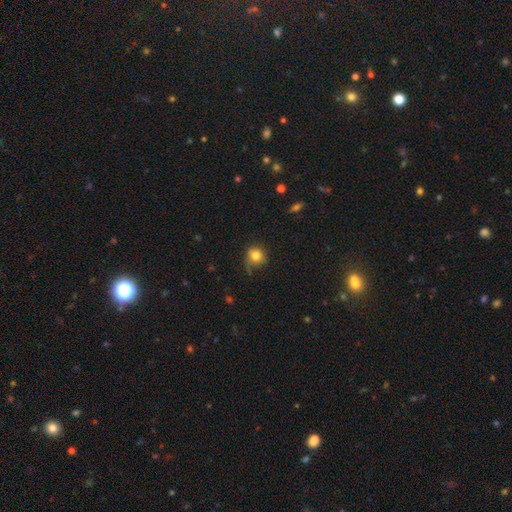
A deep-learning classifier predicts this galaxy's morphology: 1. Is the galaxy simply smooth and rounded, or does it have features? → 82% smooth, 10% star or artifact, 8% featured or disk.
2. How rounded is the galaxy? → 84% round, 15% in between, 1% cigar-shaped.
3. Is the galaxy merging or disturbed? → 62% none, 25% minor disturbance, 10% major disturbance, 3% merger.